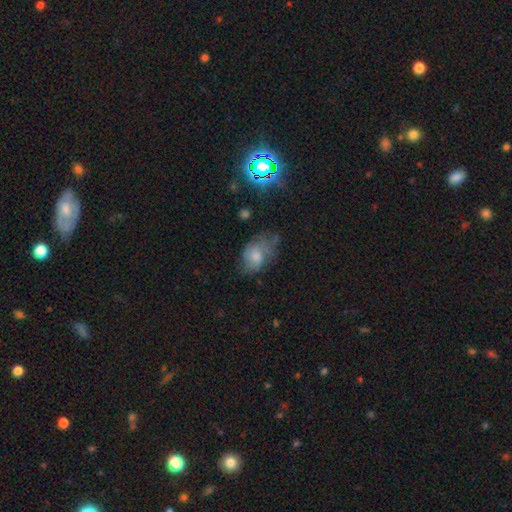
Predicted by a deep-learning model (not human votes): Q: Smooth or featured?
A: smooth (44%); runner-up: featured or disk (39%)
Q: Merging?
A: none (47%); runner-up: minor disturbance (31%)